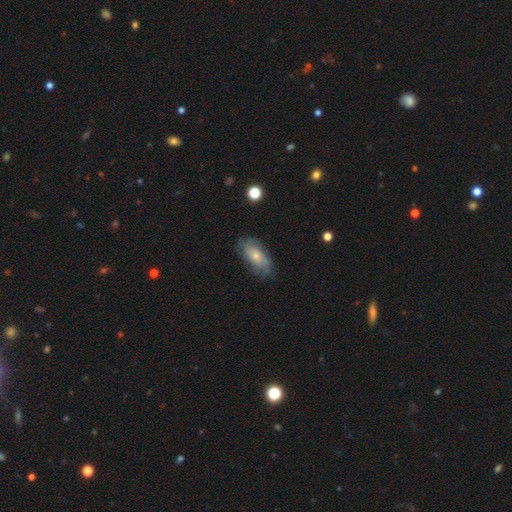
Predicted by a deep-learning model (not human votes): A smooth galaxy with no disk features (53%) that is in between round and cigar-shaped (89%). Merging: none (63%).